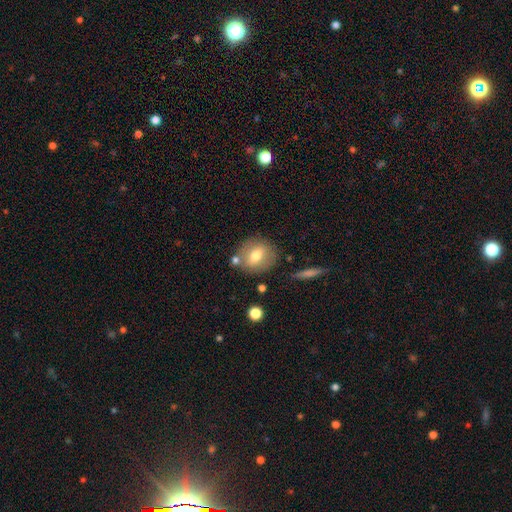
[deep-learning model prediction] Q: Smooth or featured?
A: smooth (64%); runner-up: featured or disk (28%)
Q: How rounded?
A: round (70%); runner-up: in between (29%)
Q: Merging?
A: none (75%); runner-up: minor disturbance (13%)